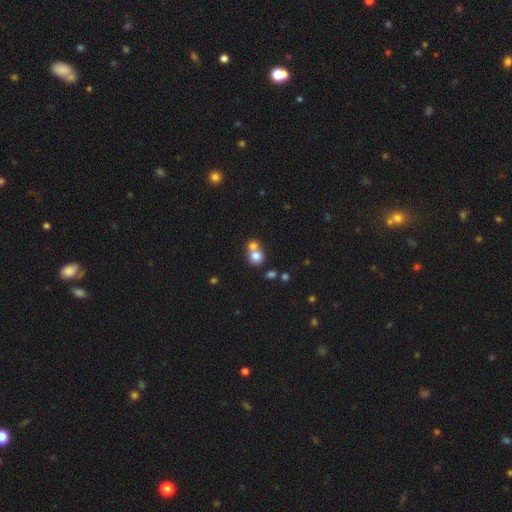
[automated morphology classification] smooth-or-featured: smooth: 77% | featured or disk: 13% | star or artifact: 11%
  how-rounded: round: 78% | in between: 21% | cigar-shaped: 1%
  merging: merger: 57% | none: 34% | minor disturbance: 6% | major disturbance: 3%